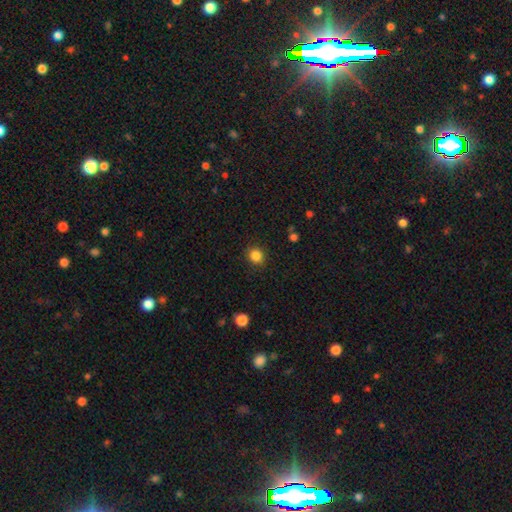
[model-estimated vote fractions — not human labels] smooth_or_featured: smooth (p=0.85) [alt: star or artifact p=0.11]
how_rounded: round (p=0.82) [alt: in between p=0.17]
merging: none (p=0.88) [alt: minor disturbance p=0.08]